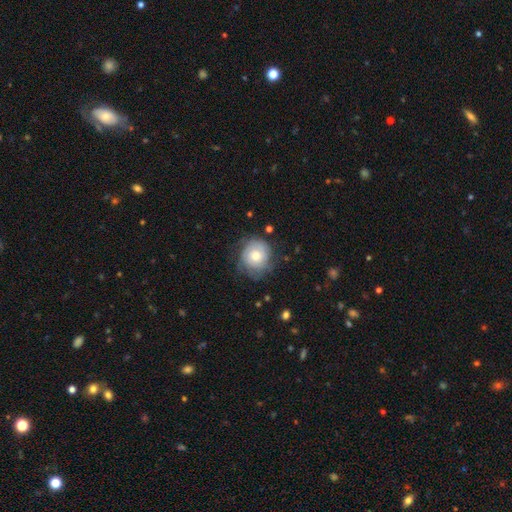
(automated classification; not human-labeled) Smooth or featured? Predicted: smooth (p=0.50). How rounded? Predicted: round (p=0.86). Merging? Predicted: none (p=0.66).